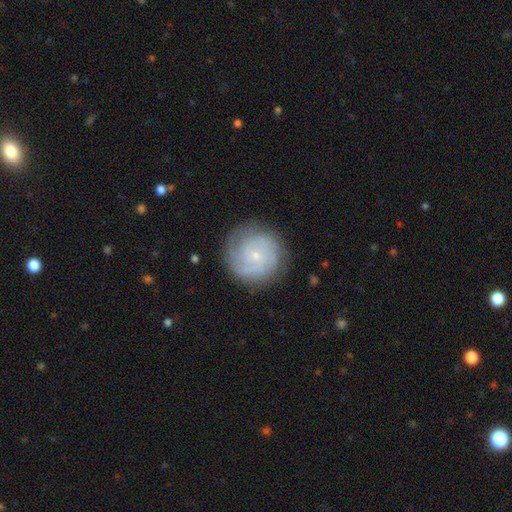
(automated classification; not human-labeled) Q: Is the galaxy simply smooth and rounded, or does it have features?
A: featured or disk — 65%.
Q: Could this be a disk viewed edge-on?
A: no — 98%.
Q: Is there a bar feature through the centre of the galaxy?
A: no — 79%.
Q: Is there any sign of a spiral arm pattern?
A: yes — 88%.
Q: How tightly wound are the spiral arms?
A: tight — 64%.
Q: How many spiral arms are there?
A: can't tell — 37%.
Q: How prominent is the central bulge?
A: small — 84%.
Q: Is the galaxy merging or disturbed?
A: none — 80%.